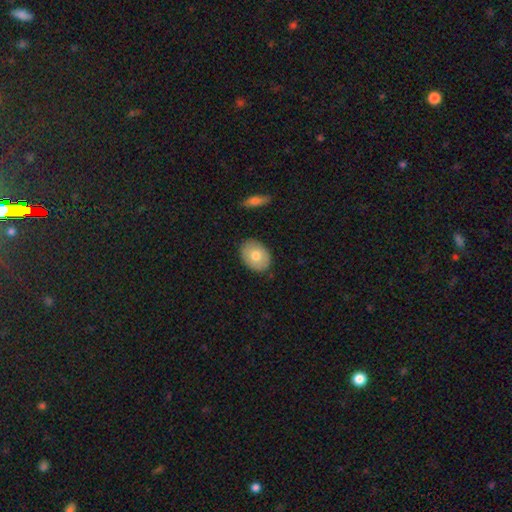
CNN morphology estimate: Smooth or featured? smooth (74%)
How rounded? in between (71%)
Merging? none (86%)